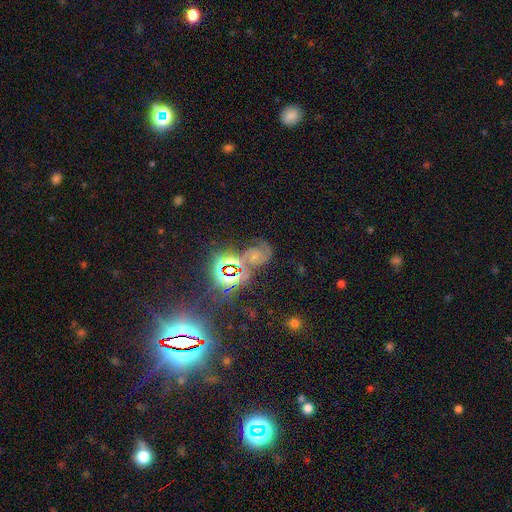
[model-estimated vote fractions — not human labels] Smooth or featured? Predicted: featured or disk (p=0.50). Merging? Predicted: none (p=0.51).